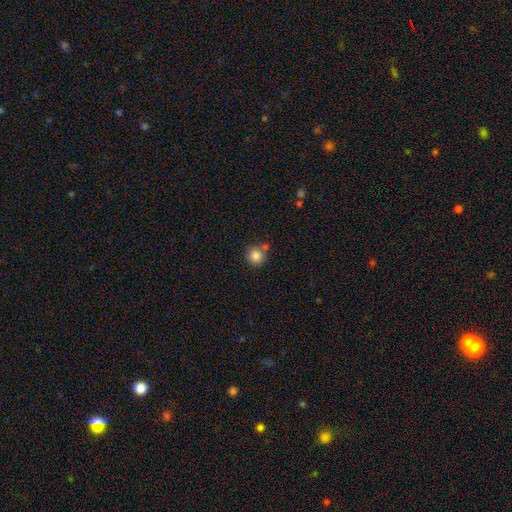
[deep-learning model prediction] This is clearly a smooth galaxy (84%). How rounded: clearly round (93%). Merging: likely none (69%).